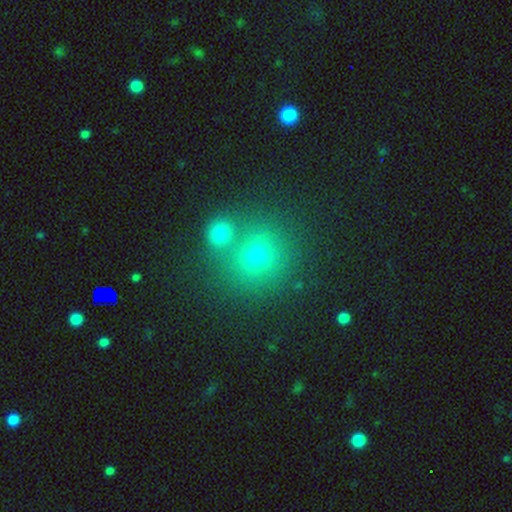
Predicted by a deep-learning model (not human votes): Smooth or featured?
  - smooth: 66% *
  - star or artifact: 24%
  - featured or disk: 11%
How rounded?
  - round: 89% *
  - in between: 10%
  - cigar-shaped: 1%
Merging?
  - none: 62% *
  - merger: 28%
  - minor disturbance: 7%
  - major disturbance: 3%